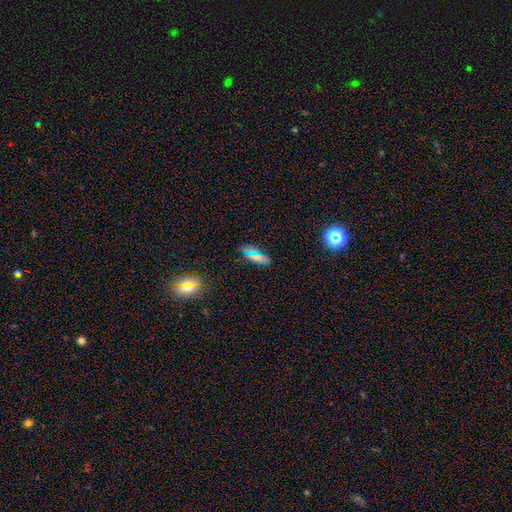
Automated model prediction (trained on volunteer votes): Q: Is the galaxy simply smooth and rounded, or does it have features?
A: smooth — 71%.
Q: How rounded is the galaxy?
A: in between — 68%.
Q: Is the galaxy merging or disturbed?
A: none — 82%.